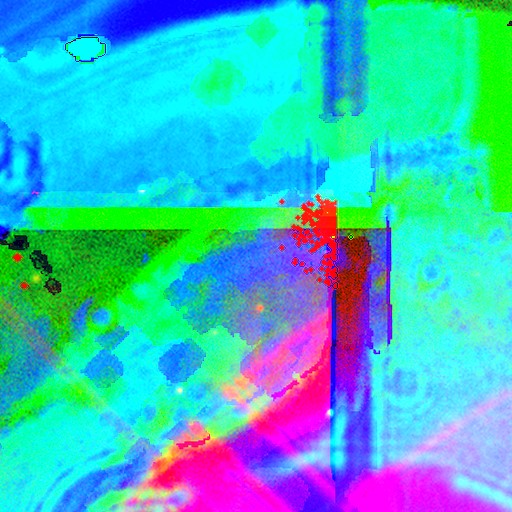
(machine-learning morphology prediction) Smooth or featured? star or artifact (85%)